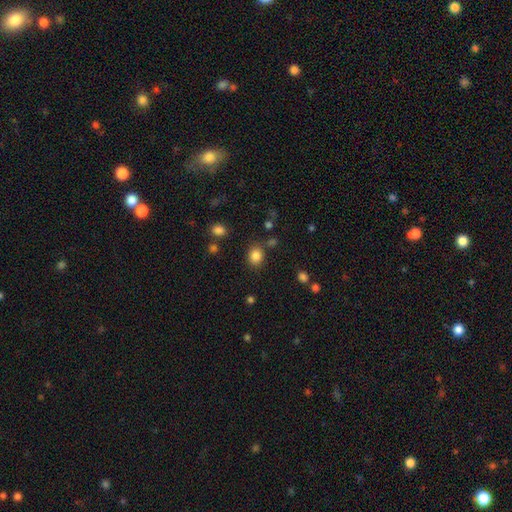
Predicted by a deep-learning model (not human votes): A smooth galaxy with no disk features (84%) that is round (60%).

Vote fractions:
- Smooth or featured? smooth: 84% / star or artifact: 11% / featured or disk: 5%
- How rounded? round: 60% / in between: 39% / cigar-shaped: 1%
- Merging? none: 81% / minor disturbance: 11% / merger: 5% / major disturbance: 4%